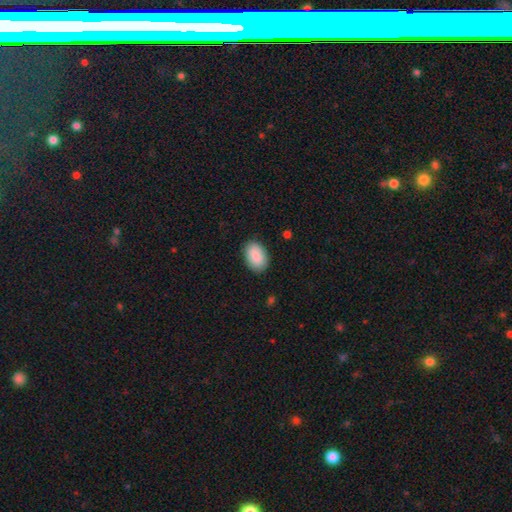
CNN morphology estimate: smooth-or-featured: smooth: 89% | star or artifact: 6% | featured or disk: 5%
  how-rounded: in between: 91% | round: 8% | cigar-shaped: 1%
  merging: none: 87% | minor disturbance: 10% | major disturbance: 2% | merger: 1%